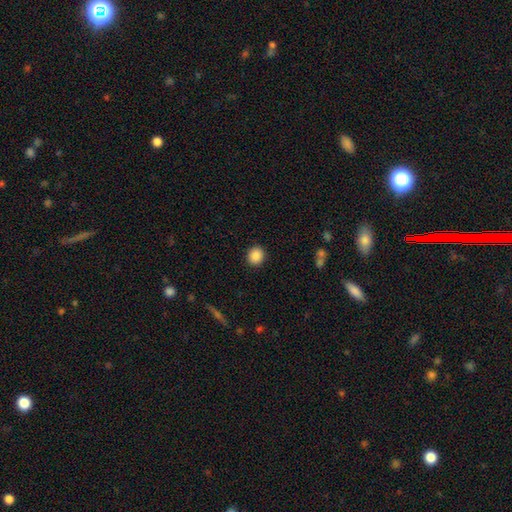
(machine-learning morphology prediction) type=smooth (88%); roundness=round (83%); merging=none (91%).